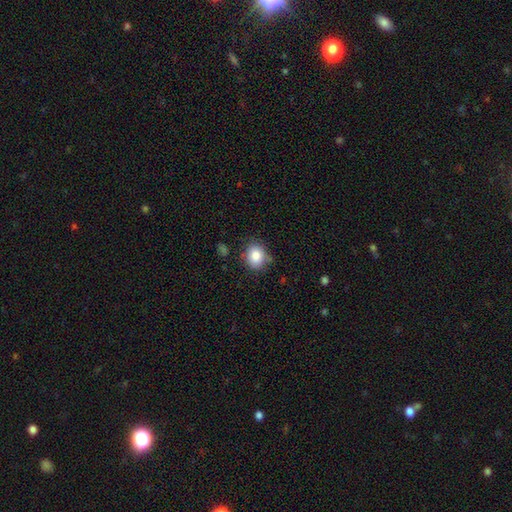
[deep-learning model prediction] Q: Smooth or featured?
A: smooth (84%); runner-up: star or artifact (9%)
Q: How rounded?
A: round (60%); runner-up: in between (39%)
Q: Merging?
A: none (75%); runner-up: minor disturbance (18%)